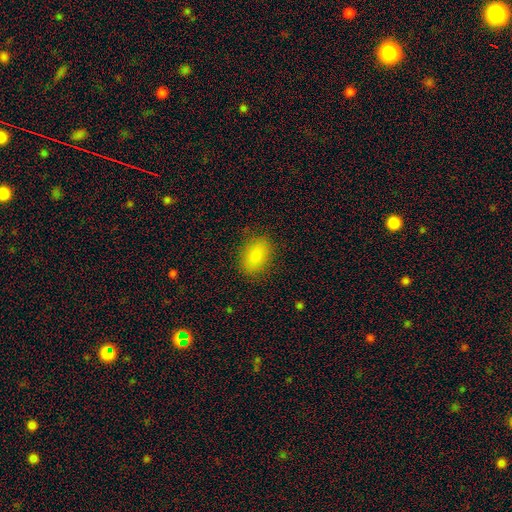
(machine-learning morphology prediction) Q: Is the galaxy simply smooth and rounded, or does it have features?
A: smooth — 85%.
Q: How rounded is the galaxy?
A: in between — 81%.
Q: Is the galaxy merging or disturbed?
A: none — 84%.